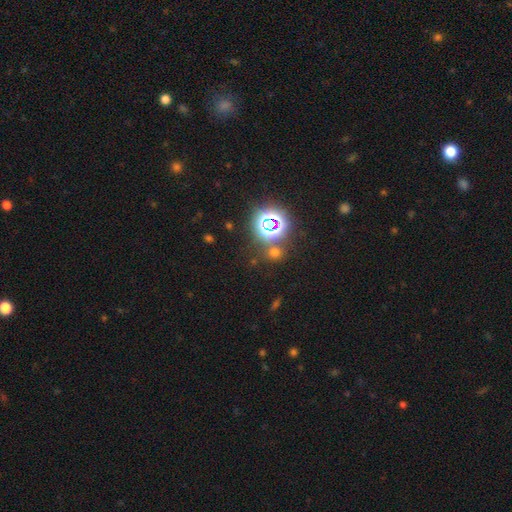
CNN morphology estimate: Q: Smooth or featured?
A: star or artifact (72%); runner-up: smooth (20%)